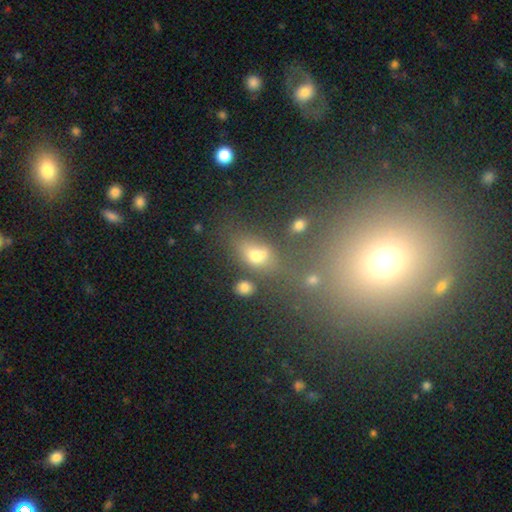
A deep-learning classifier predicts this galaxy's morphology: Overall: smooth (64%). How rounded: in between (71%). Merging: none (51%; merger 22%).